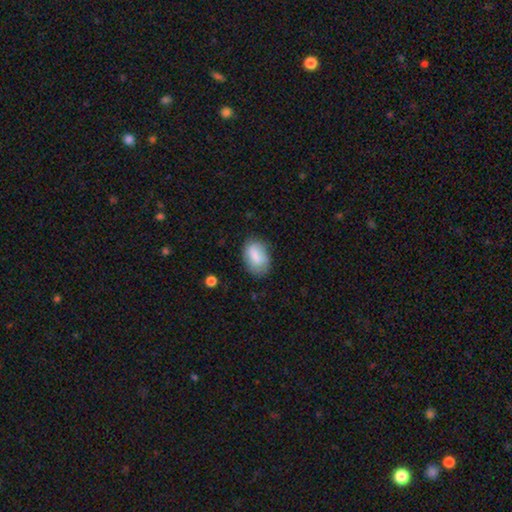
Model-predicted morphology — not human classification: This is clearly a smooth galaxy (80%). How rounded: clearly in between (88%). Merging: likely none (70%).